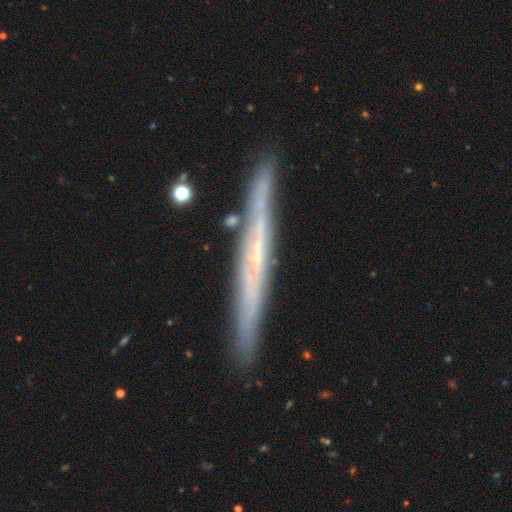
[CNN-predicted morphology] Smooth or featured?
  - featured or disk: 71% *
  - smooth: 22%
  - star or artifact: 7%
Edge-on disk?
  - yes: 94% *
  - no: 6%
Edge-on bulge?
  - none: 73% *
  - rounded: 22%
  - boxy: 5%
Merging?
  - none: 88% *
  - minor disturbance: 9%
  - merger: 2%
  - major disturbance: 2%